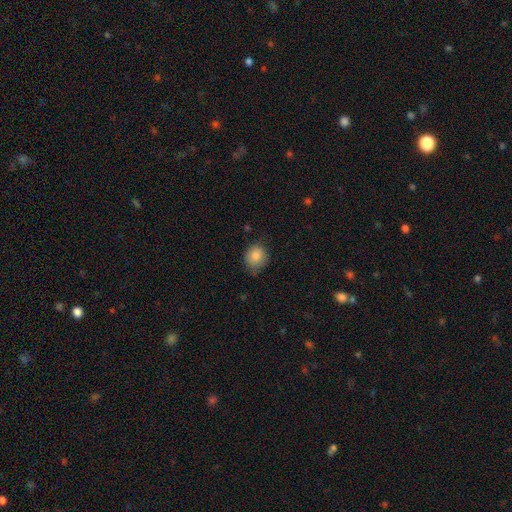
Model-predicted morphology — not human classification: type=smooth (85%); roundness=round (74%); merging=none (68%).